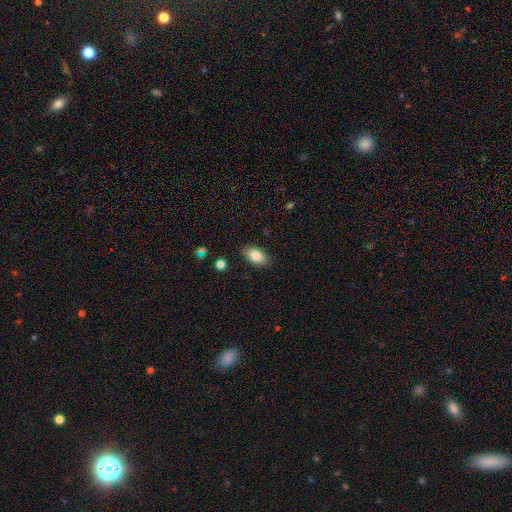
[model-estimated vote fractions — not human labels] smooth-or-featured: smooth: 85% | featured or disk: 7% | star or artifact: 7%
  how-rounded: in between: 92% | round: 6% | cigar-shaped: 2%
  merging: none: 85% | minor disturbance: 11% | major disturbance: 3% | merger: 1%